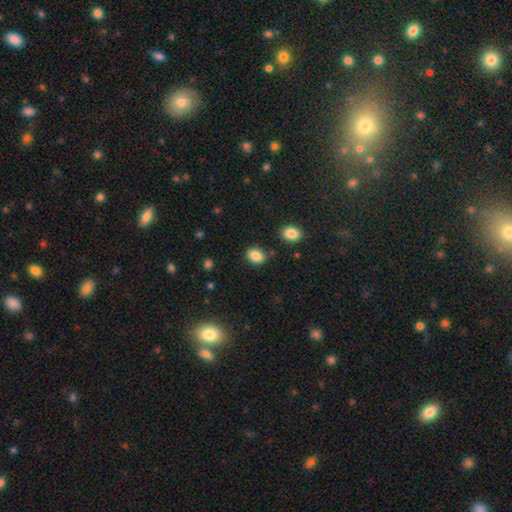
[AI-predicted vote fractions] Smooth or featured? smooth (86%)
How rounded? in between (66%)
Merging? none (80%)